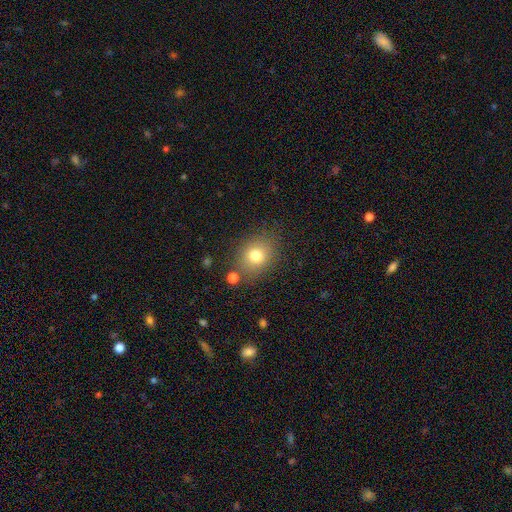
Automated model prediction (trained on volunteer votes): Q: Smooth or featured?
A: smooth (77%); runner-up: star or artifact (13%)
Q: How rounded?
A: round (60%); runner-up: in between (39%)
Q: Merging?
A: none (79%); runner-up: minor disturbance (12%)